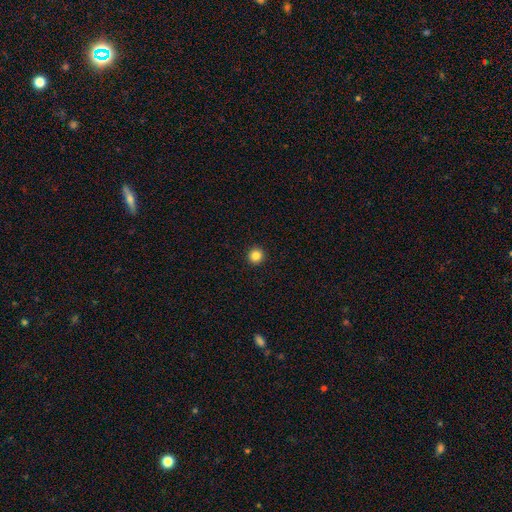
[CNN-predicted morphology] This appears to be a smooth galaxy with no disk features (85%) that is round (96%). Merging: none (94%).